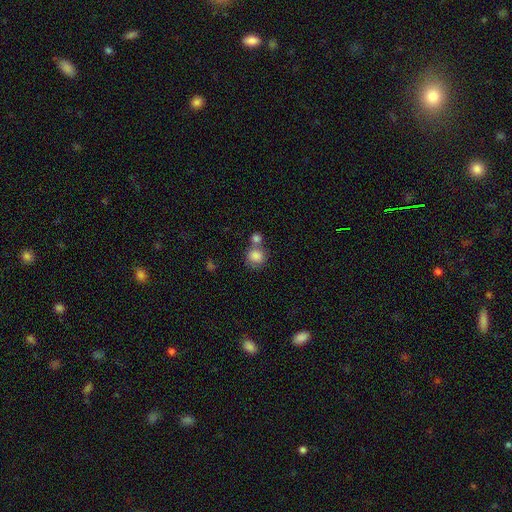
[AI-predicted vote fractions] Smooth or featured? Predicted: smooth (p=0.85). How rounded? Predicted: round (p=0.83). Merging? Predicted: none (p=0.48).